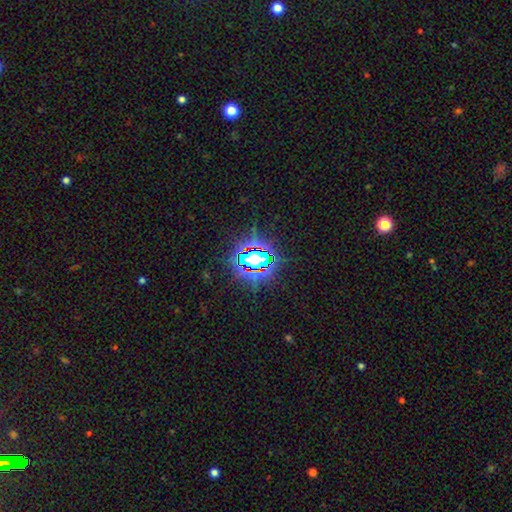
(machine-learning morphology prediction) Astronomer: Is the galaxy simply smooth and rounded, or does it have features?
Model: star or artifact — 75%.